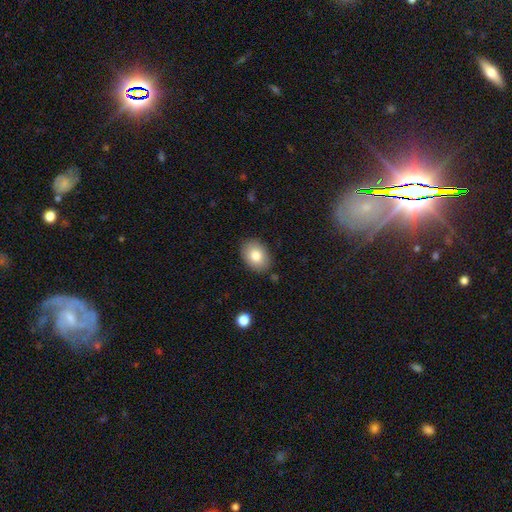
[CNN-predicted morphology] smooth_or_featured: smooth (p=0.82) [alt: featured or disk p=0.10]
how_rounded: in between (p=0.74) [alt: round p=0.25]
merging: none (p=0.86) [alt: minor disturbance p=0.10]